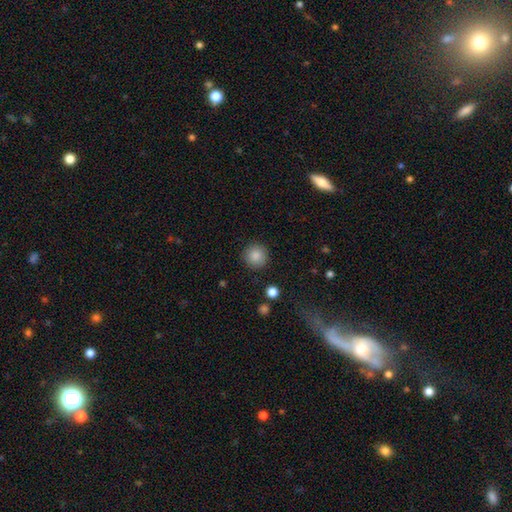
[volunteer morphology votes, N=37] smooth-or-featured: smooth: 89% | star or artifact: 8% | featured or disk: 3%
  how-rounded: round: 97% | in between: 3% | cigar-shaped: 0%
  merging: none: 100% | minor disturbance: 0% | major disturbance: 0% | merger: 0%